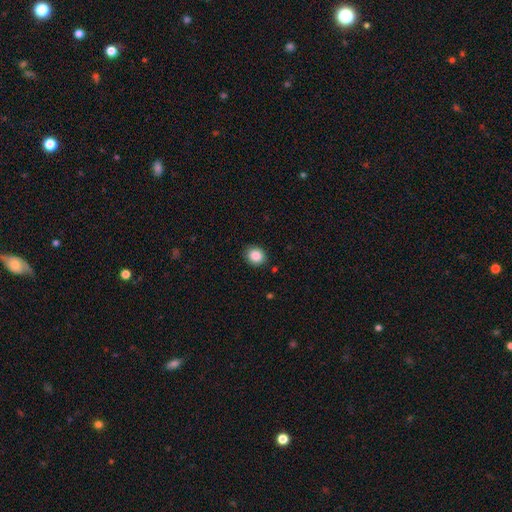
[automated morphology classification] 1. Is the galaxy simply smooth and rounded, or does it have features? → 87% smooth, 9% star or artifact, 4% featured or disk.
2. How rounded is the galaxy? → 76% round, 23% in between, 1% cigar-shaped.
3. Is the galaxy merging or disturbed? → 89% none, 7% minor disturbance, 2% major disturbance, 1% merger.